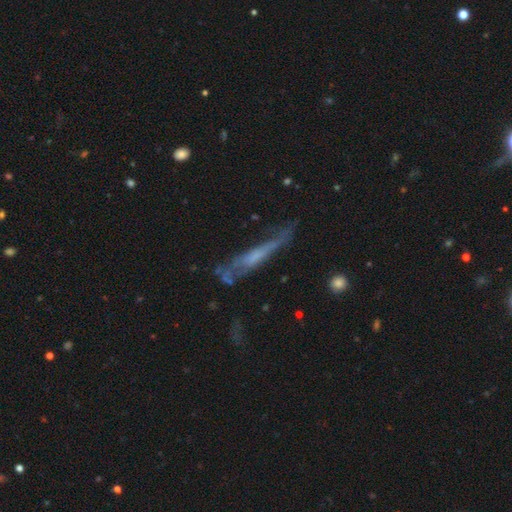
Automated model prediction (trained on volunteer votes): Smooth or featured? featured or disk (57%)
Edge-on disk? yes (69%)
Merging? none (44%)